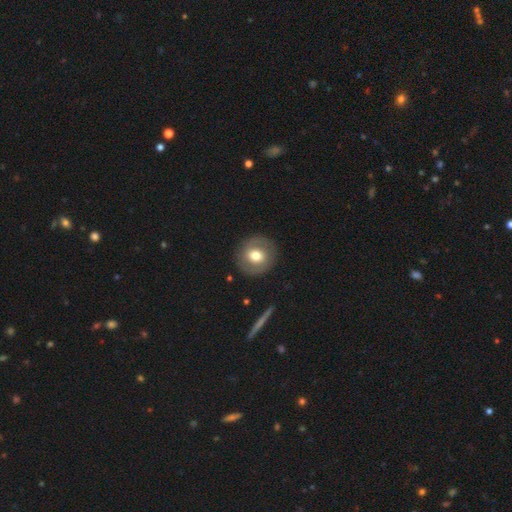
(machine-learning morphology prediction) Smooth or featured? smooth (61%)
How rounded? round (89%)
Merging? none (88%)